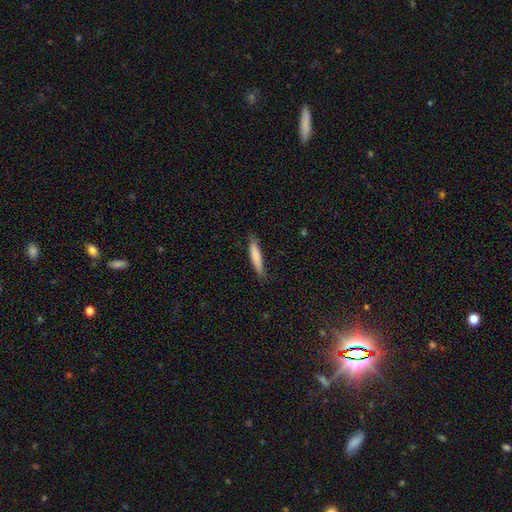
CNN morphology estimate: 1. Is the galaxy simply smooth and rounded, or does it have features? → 80% smooth, 14% featured or disk, 6% star or artifact.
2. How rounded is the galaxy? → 89% cigar-shaped, 10% in between, 1% round.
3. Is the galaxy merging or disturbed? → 81% none, 15% minor disturbance, 3% major disturbance, 1% merger.